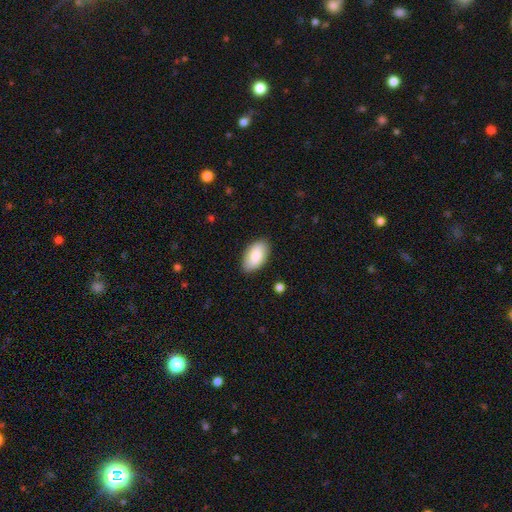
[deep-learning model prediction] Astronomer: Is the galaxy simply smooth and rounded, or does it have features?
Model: smooth — 85%.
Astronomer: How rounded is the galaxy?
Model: in between — 95%.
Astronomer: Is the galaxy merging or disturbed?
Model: none — 87%.